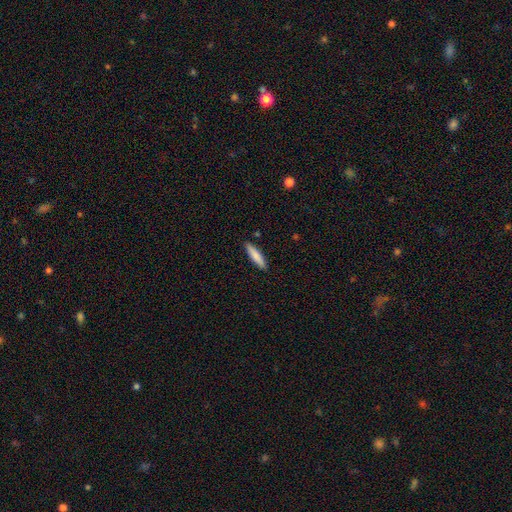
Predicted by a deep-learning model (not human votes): smooth 81%, featured or disk 14%, star or artifact 5%. Down the decision tree: how rounded — cigar-shaped (79%); merging — none (90%).